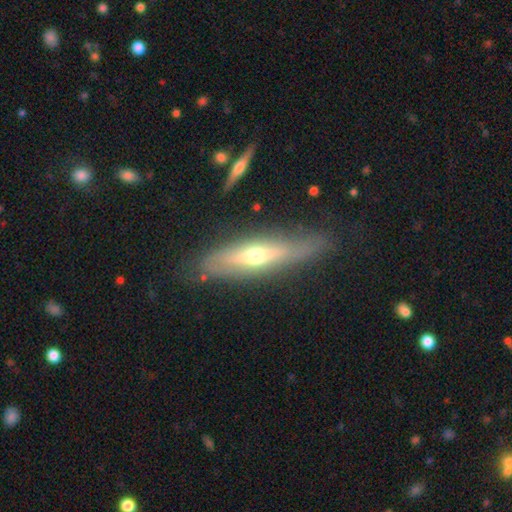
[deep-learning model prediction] Q: Smooth or featured?
A: featured or disk (60%); runner-up: smooth (34%)
Q: Edge-on disk?
A: yes (80%); runner-up: no (20%)
Q: Merging?
A: none (74%); runner-up: minor disturbance (18%)